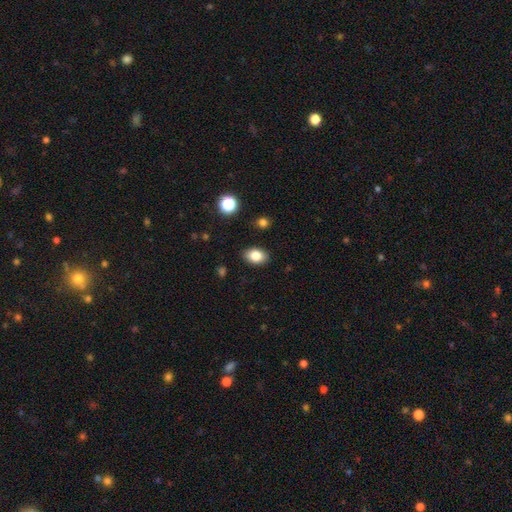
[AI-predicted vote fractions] smooth 83%, star or artifact 9%, featured or disk 8%. Down the decision tree: how rounded — in between (79%); merging — none (88%).